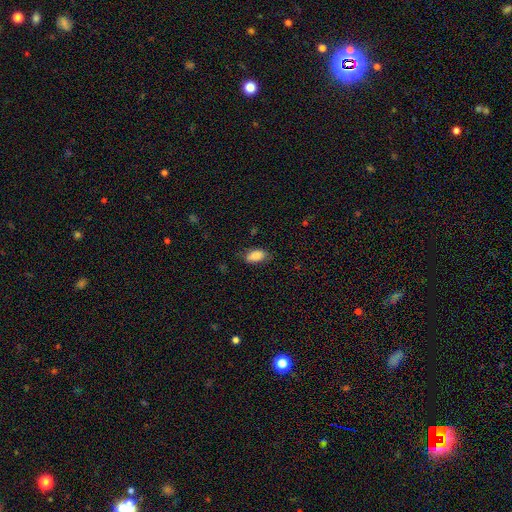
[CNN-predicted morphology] smooth-or-featured: smooth: 86% | star or artifact: 7% | featured or disk: 7%
  how-rounded: in between: 91% | cigar-shaped: 6% | round: 4%
  merging: none: 75% | minor disturbance: 19% | major disturbance: 4% | merger: 1%